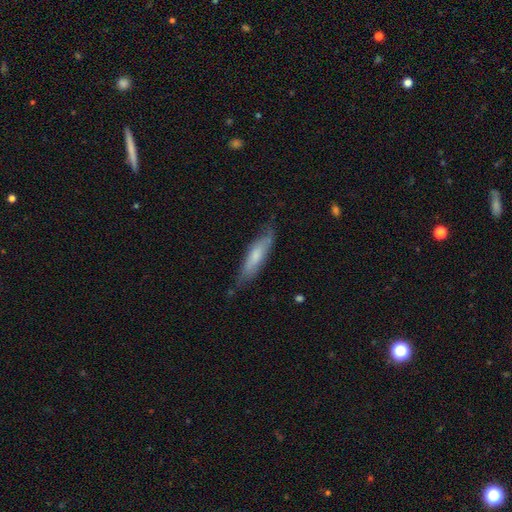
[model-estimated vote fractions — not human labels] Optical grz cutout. It shows a smooth galaxy with no disk features (60%) that is cigar-shaped (71%). Merging: none (68%).